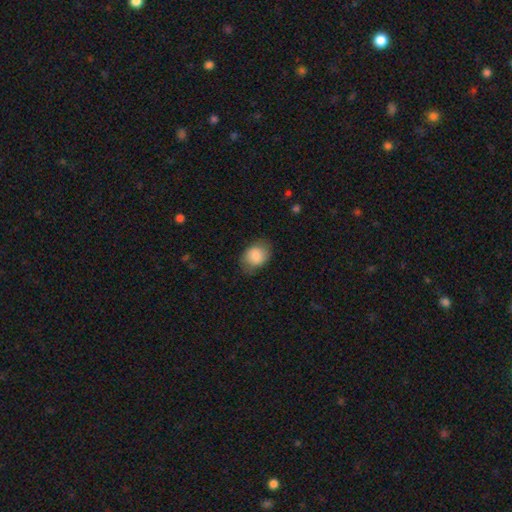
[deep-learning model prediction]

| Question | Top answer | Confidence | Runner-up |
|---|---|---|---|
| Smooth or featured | smooth | 83% | featured or disk (10%) |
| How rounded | in between | 60% | round (40%) |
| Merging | none | 69% | minor disturbance (23%) |